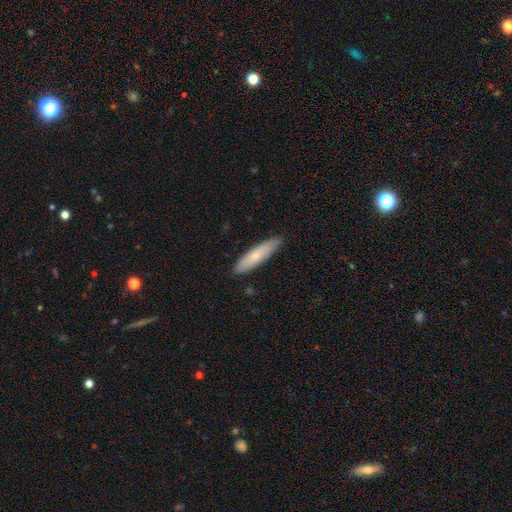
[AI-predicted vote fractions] This is likely a smooth galaxy (70%). How rounded: likely cigar-shaped (76%). Merging: clearly none (85%).